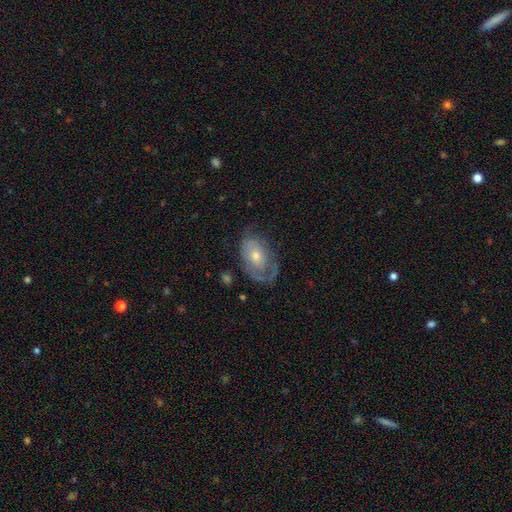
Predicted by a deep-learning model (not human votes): Overall: featured or disk (60%; smooth 33%). Edge-on disk: no (94%). Bar: no (81%). Spiral arms: yes (62%; no 38%). Bulge size: moderate (56%; small 37%). Merging: none (54%; minor disturbance 26%).